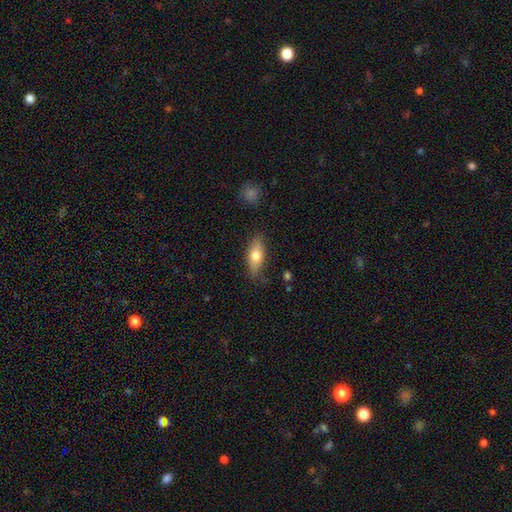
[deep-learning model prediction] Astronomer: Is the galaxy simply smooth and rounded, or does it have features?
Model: smooth — 70%.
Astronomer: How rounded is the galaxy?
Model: in between — 73%.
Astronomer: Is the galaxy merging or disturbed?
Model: none — 80%.